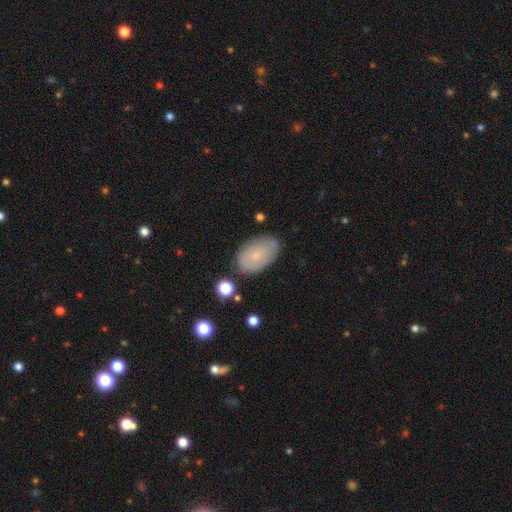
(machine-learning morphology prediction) smooth 66%, featured or disk 27%, star or artifact 8%. Down the decision tree: how rounded — in between (91%); merging — none (76%).